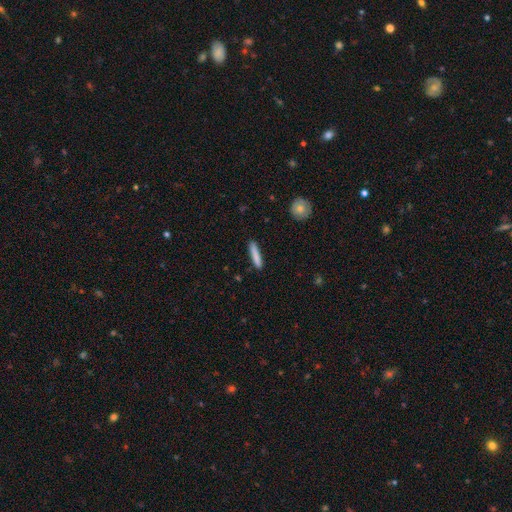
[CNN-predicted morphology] Smooth or featured? smooth (82%)
How rounded? cigar-shaped (91%)
Merging? none (89%)